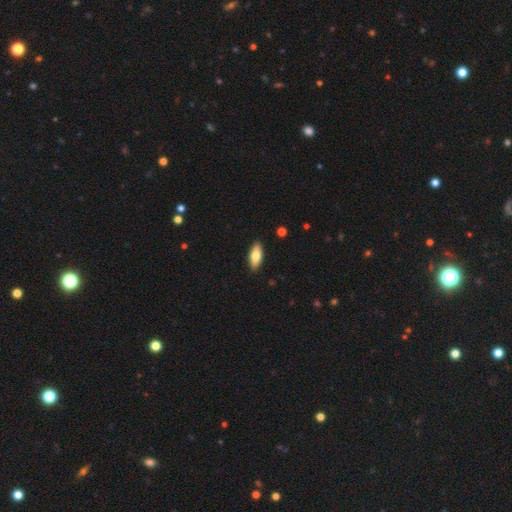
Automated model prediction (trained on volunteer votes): Smooth or featured?
  - smooth: 77% *
  - featured or disk: 17%
  - star or artifact: 6%
How rounded?
  - in between: 83% *
  - cigar-shaped: 15%
  - round: 2%
Merging?
  - none: 89% *
  - minor disturbance: 8%
  - major disturbance: 2%
  - merger: 1%